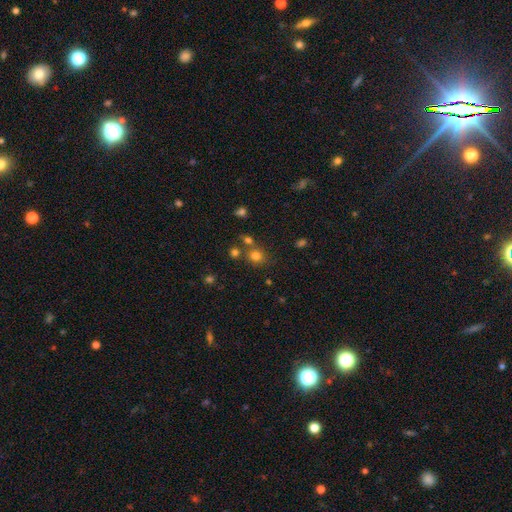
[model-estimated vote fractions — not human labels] This is likely a smooth galaxy (75%). How rounded: likely round (79%). Merging: likely none (68%).